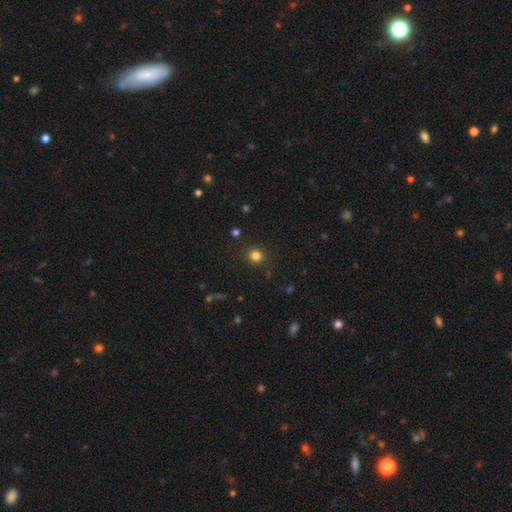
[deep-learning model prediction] A smooth galaxy with no disk features (81%) that is round (89%). Merging: none (88%).